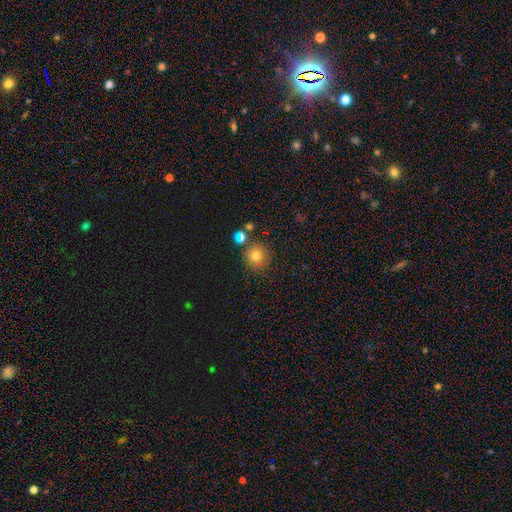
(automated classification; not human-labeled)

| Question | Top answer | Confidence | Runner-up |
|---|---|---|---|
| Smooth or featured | smooth | 74% | star or artifact (17%) |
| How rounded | round | 92% | in between (7%) |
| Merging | none | 77% | merger (10%) |